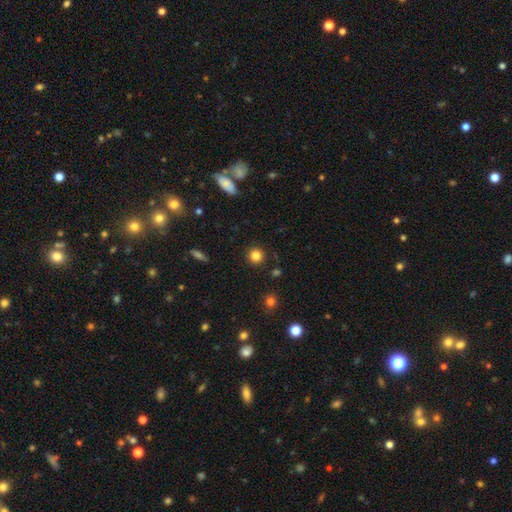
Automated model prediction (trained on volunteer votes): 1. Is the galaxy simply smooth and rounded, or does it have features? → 84% smooth, 11% star or artifact, 5% featured or disk.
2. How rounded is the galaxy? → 94% round, 5% in between, 1% cigar-shaped.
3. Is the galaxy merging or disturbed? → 91% none, 5% minor disturbance, 2% major disturbance, 2% merger.